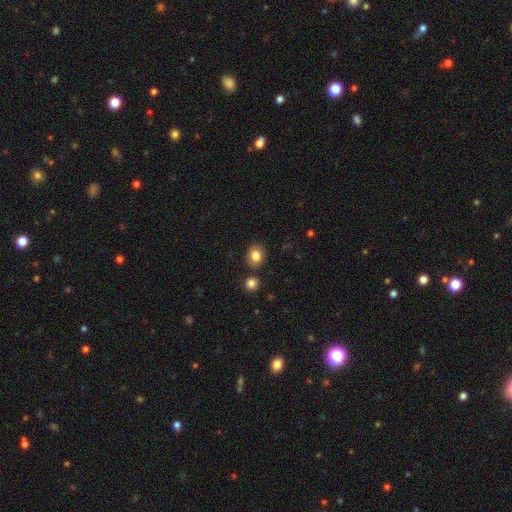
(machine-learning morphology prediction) A smooth galaxy with no disk features (84%) that is round (57%).

Vote fractions:
- Smooth or featured? smooth: 84% / star or artifact: 10% / featured or disk: 7%
- How rounded? round: 57% / in between: 42% / cigar-shaped: 1%
- Merging? none: 82% / minor disturbance: 10% / merger: 5% / major disturbance: 3%